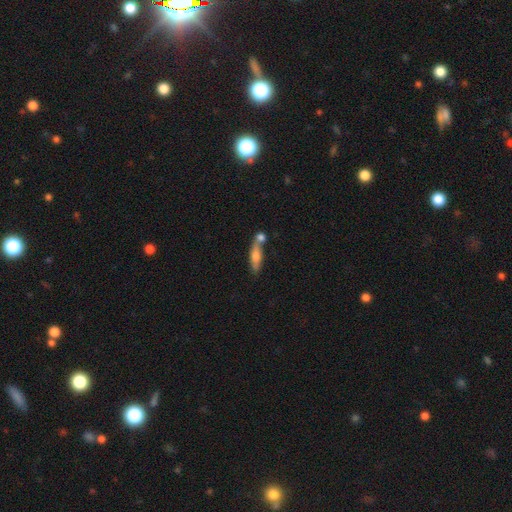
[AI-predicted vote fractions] Smooth or featured? Predicted: smooth (p=0.64). How rounded? Predicted: cigar-shaped (p=0.58). Merging? Predicted: none (p=0.43).